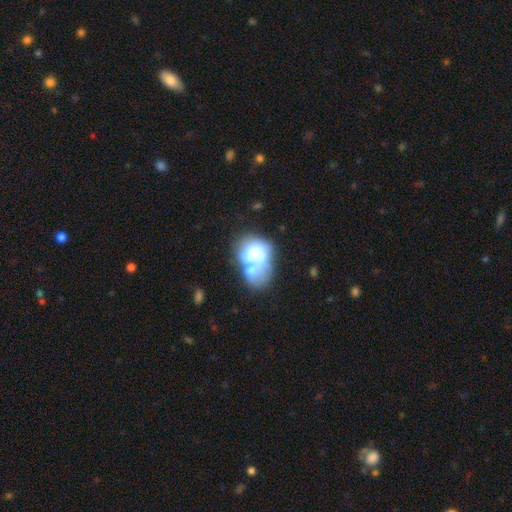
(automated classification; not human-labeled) Smooth or featured?
  - smooth: 54% *
  - featured or disk: 36%
  - star or artifact: 10%
How rounded?
  - in between: 71% *
  - round: 28%
  - cigar-shaped: 1%
Merging?
  - merger: 65% *
  - none: 14%
  - major disturbance: 12%
  - minor disturbance: 9%